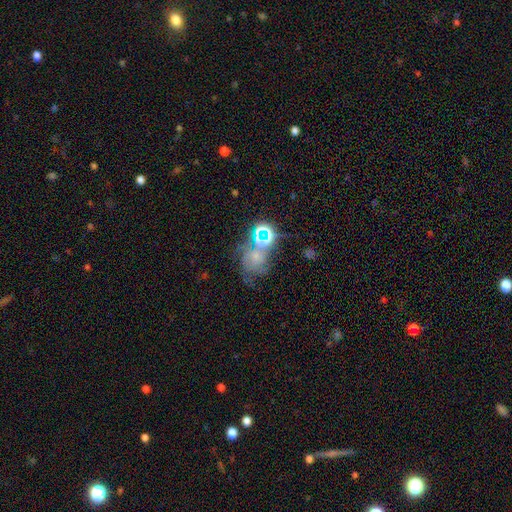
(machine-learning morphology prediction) Smooth or featured: featured or disk — 44% (star or artifact — 36%)
Merging: none — 50% (merger — 17%)